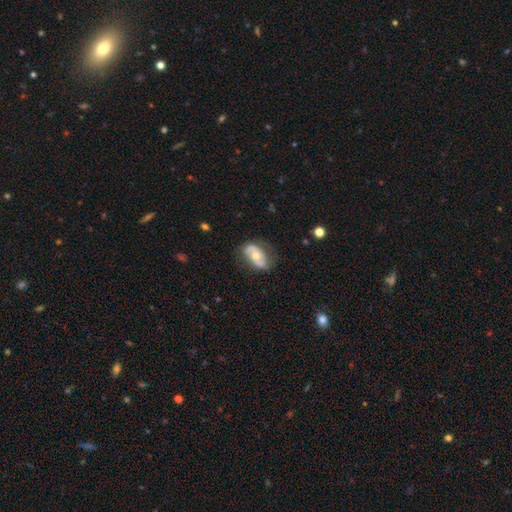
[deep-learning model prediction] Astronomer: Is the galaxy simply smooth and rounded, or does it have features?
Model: featured or disk — 65%.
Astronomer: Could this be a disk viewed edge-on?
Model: no — 94%.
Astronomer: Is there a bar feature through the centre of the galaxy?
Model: no — 66%.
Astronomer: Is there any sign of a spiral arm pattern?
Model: yes — 74%.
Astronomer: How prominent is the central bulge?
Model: moderate — 65%.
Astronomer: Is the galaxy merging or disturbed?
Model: none — 66%.